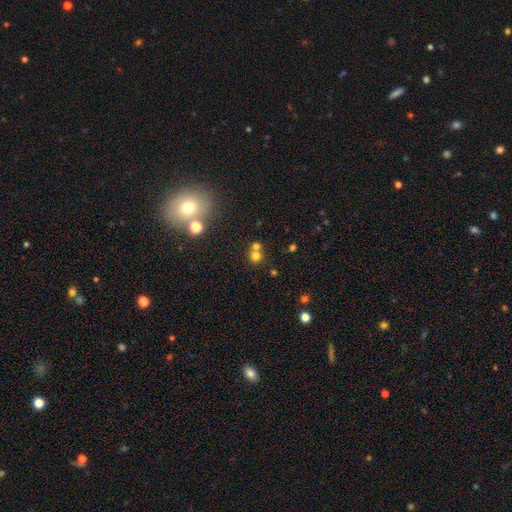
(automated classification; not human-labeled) A smooth galaxy with no disk features (70%) that is round (87%). Merging: none (49%).